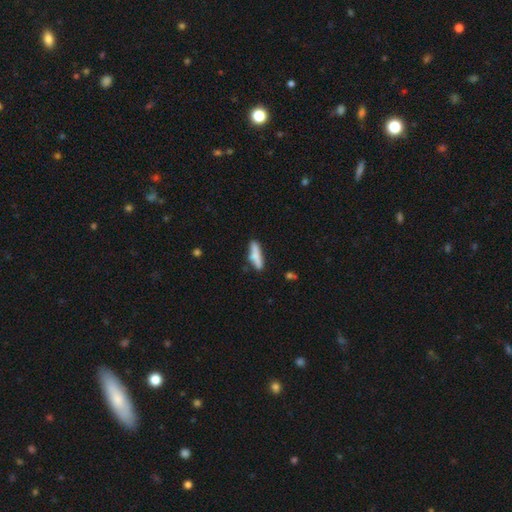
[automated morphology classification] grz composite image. It shows a smooth galaxy with no disk features (74%) that is cigar-shaped (74%). Merging: none (68%).